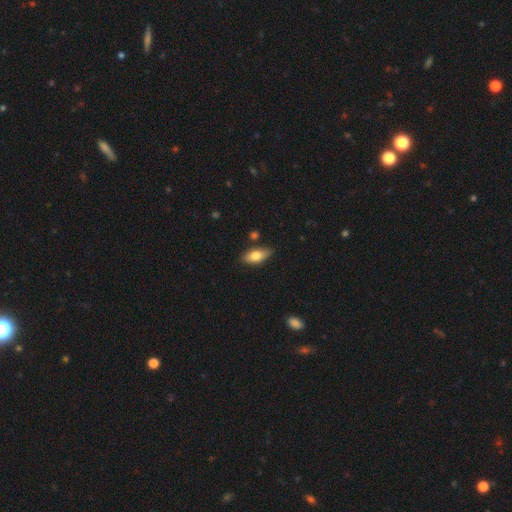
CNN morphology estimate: Smooth or featured: smooth — 77% (featured or disk — 17%)
How rounded: in between — 85% (cigar-shaped — 11%)
Merging: none — 78% (minor disturbance — 15%)